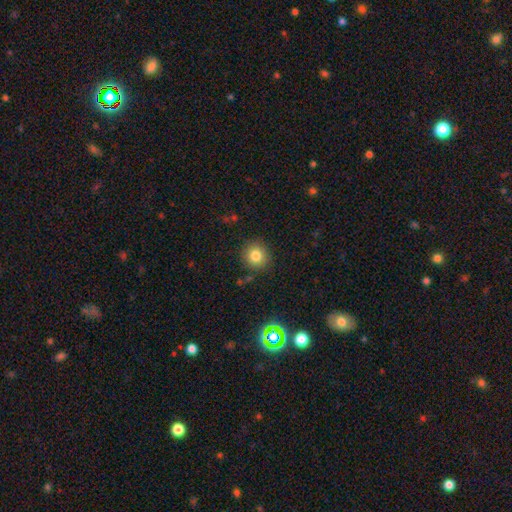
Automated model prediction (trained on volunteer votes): Smooth or featured: smooth — 81% (star or artifact — 11%)
How rounded: round — 91% (in between — 8%)
Merging: none — 87% (minor disturbance — 8%)